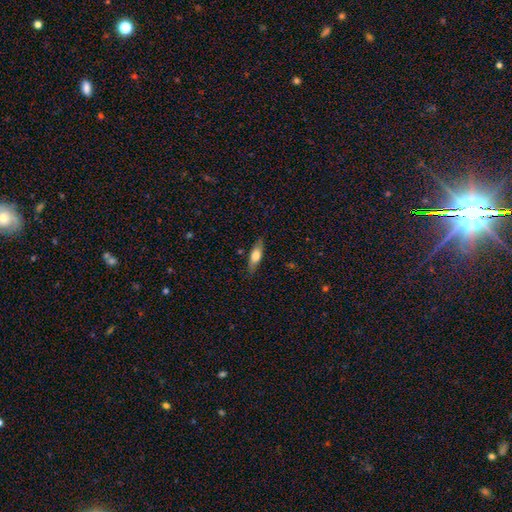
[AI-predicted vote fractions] A smooth galaxy with no disk features (65%) that is in between round and cigar-shaped (57%). Merging: none (82%).